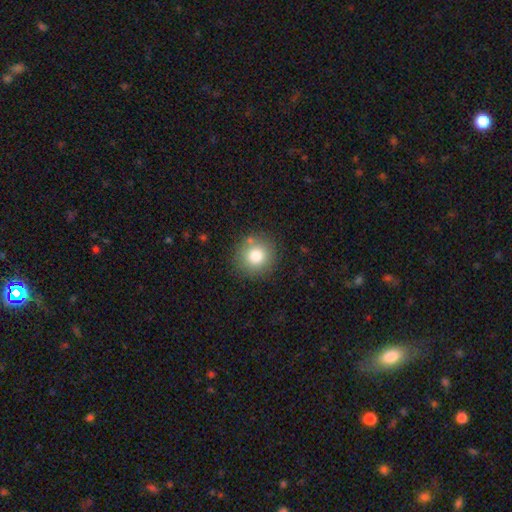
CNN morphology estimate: Overall: smooth (80%). How rounded: round (92%). Merging: none (85%).